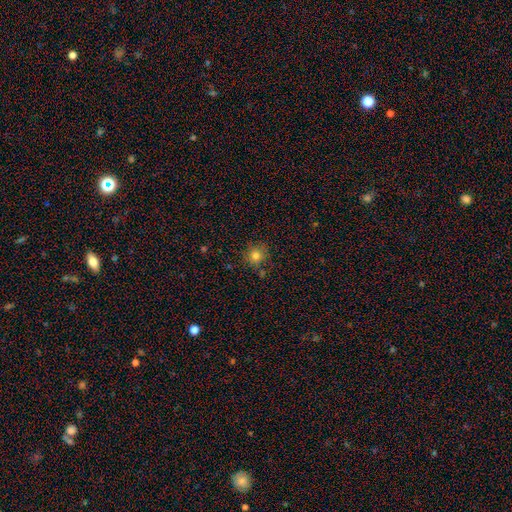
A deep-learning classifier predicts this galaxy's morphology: This is likely a smooth galaxy (79%). How rounded: clearly round (88%). Merging: clearly none (81%).